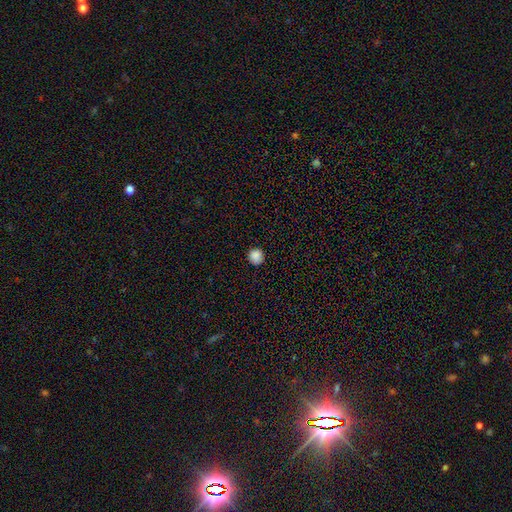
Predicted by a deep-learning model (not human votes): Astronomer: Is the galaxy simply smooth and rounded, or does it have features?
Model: smooth — 87%.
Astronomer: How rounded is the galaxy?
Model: round — 94%.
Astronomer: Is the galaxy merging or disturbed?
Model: none — 90%.